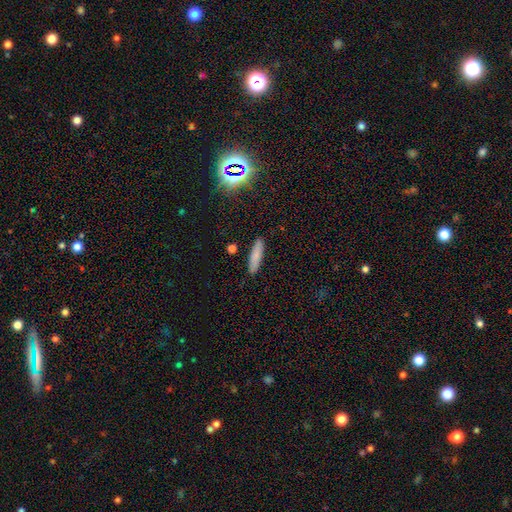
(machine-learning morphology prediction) type=smooth (80%); roundness=cigar-shaped (73%); merging=none (89%).